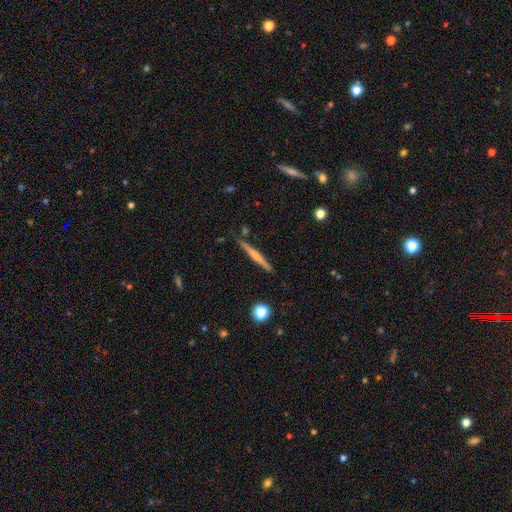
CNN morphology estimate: Smooth or featured?
  - smooth: 47% *
  - featured or disk: 46%
  - star or artifact: 7%
Merging?
  - none: 85% *
  - minor disturbance: 10%
  - merger: 3%
  - major disturbance: 2%